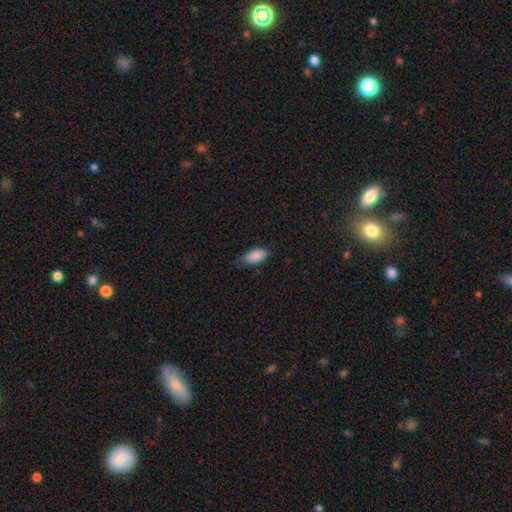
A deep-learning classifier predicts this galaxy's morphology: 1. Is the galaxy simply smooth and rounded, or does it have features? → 88% smooth, 7% star or artifact, 5% featured or disk.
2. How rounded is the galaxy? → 93% in between, 4% cigar-shaped, 3% round.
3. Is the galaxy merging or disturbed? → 59% none, 34% minor disturbance, 6% major disturbance, 1% merger.